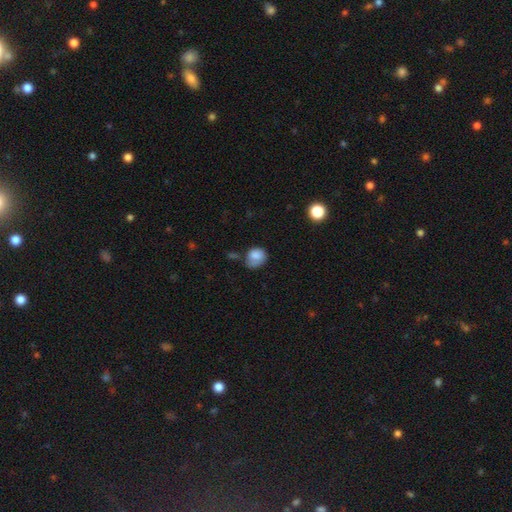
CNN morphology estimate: Smooth or featured? smooth (79%)
How rounded? round (56%)
Merging? none (41%)